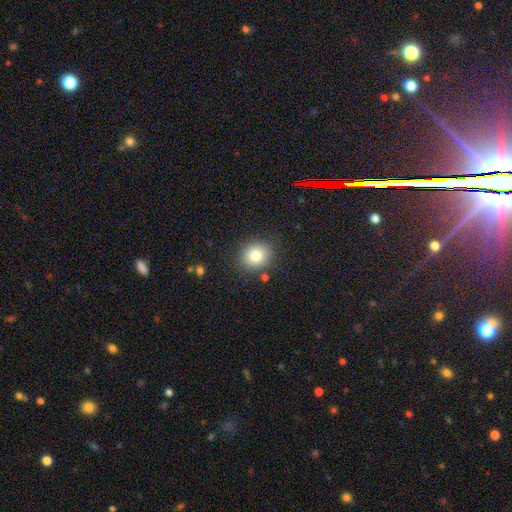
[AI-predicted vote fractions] smooth 80%, star or artifact 11%, featured or disk 9%. Down the decision tree: how rounded — round (75%); merging — none (86%).